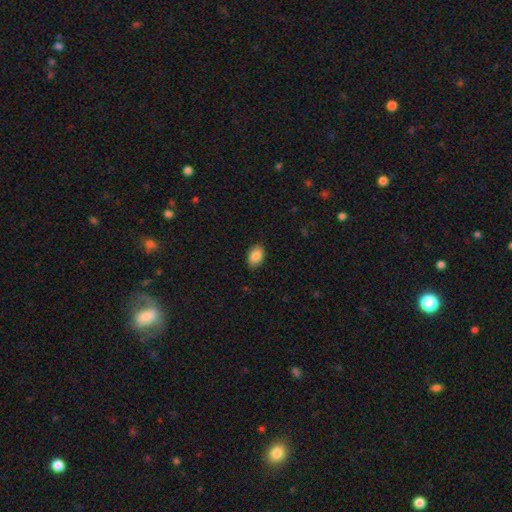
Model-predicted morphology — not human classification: A smooth galaxy with no disk features (87%) that is in between round and cigar-shaped (85%). Merging: none (87%).